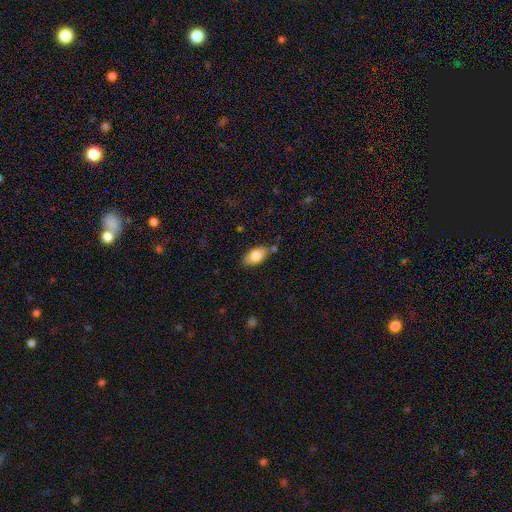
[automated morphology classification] Overall: smooth (79%). How rounded: in between (91%). Merging: none (78%).